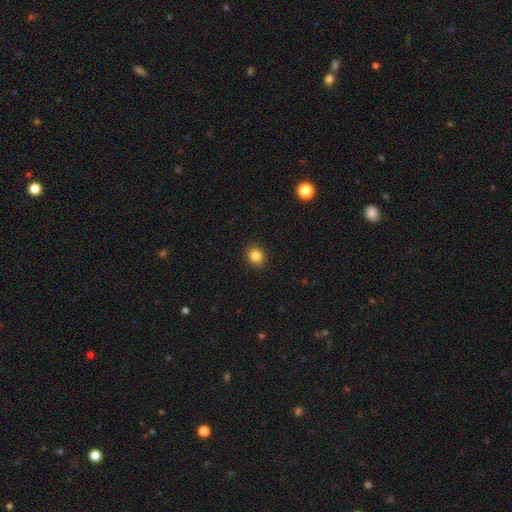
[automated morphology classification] This appears to be a smooth galaxy with no disk features (85%) that is round (74%). Merging: none (91%).